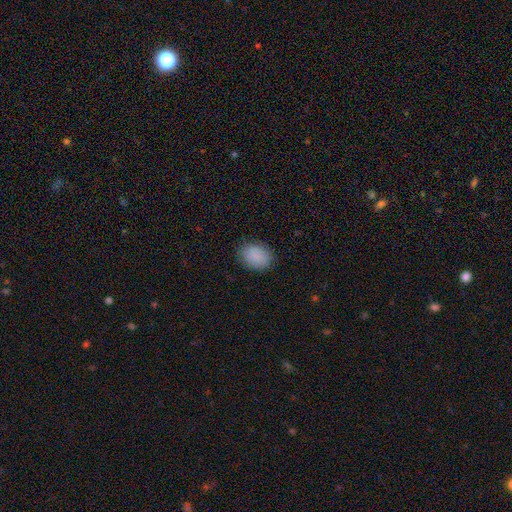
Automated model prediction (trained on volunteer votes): A smooth galaxy with no disk features (89%) that is in between round and cigar-shaped (68%). Merging: none (86%).